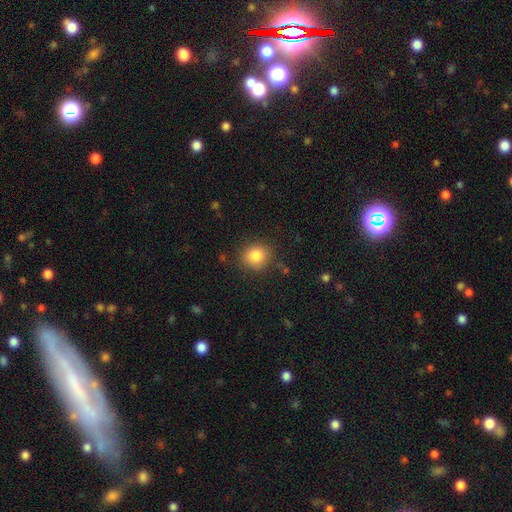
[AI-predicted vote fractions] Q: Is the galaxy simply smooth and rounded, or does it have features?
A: smooth — 84%.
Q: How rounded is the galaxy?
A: round — 80%.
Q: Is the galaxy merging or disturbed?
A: none — 84%.